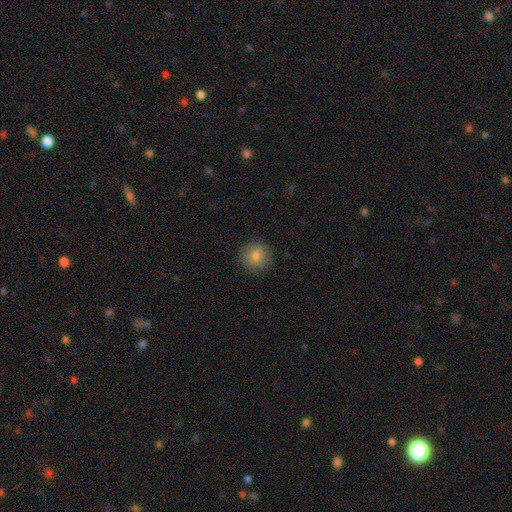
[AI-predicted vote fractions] smooth-or-featured: smooth: 79% | star or artifact: 11% | featured or disk: 11%
  how-rounded: round: 92% | in between: 7% | cigar-shaped: 1%
  merging: none: 90% | minor disturbance: 7% | major disturbance: 2% | merger: 1%